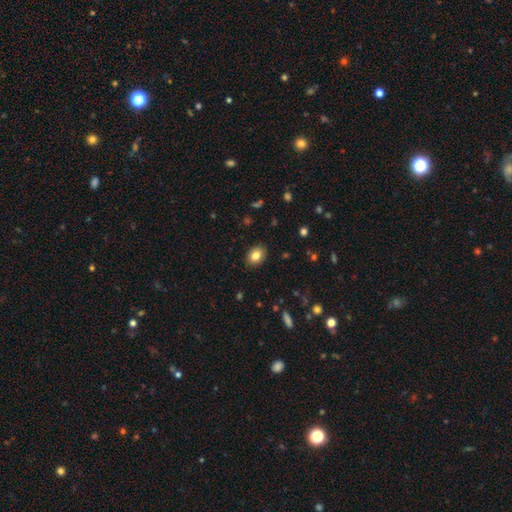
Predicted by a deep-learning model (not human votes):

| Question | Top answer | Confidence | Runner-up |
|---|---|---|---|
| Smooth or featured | smooth | 82% | star or artifact (9%) |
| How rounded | in between | 66% | round (33%) |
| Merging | none | 88% | minor disturbance (9%) |